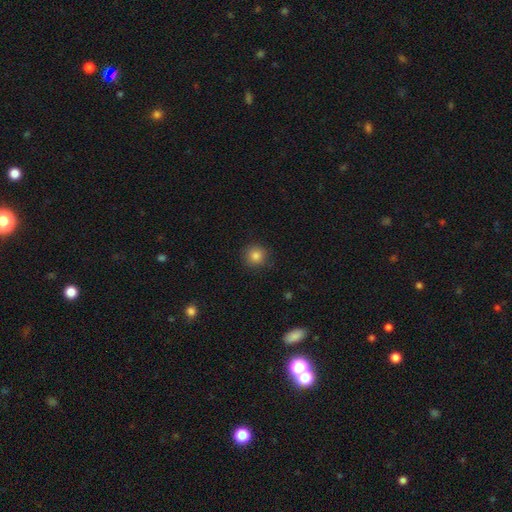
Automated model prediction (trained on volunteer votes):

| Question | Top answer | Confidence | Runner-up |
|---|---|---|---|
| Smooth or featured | smooth | 84% | star or artifact (11%) |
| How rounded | round | 93% | in between (6%) |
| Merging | none | 89% | minor disturbance (8%) |